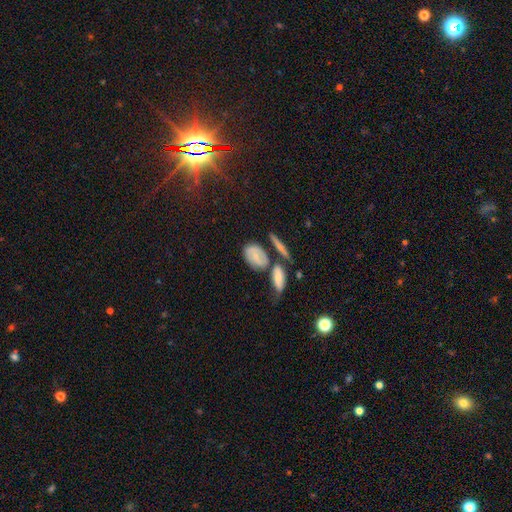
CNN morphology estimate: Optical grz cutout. It shows a smooth galaxy with no disk features (64%) that is in between round and cigar-shaped (79%). Merging: none (50%).